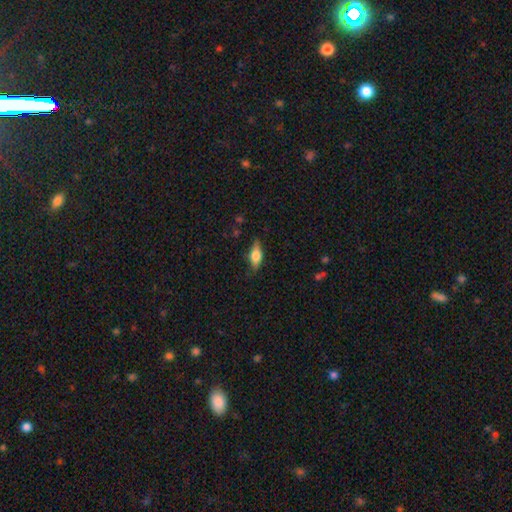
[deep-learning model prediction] Smooth or featured: smooth — 56% (featured or disk — 37%)
How rounded: in between — 69% (cigar-shaped — 26%)
Merging: none — 78% (minor disturbance — 17%)